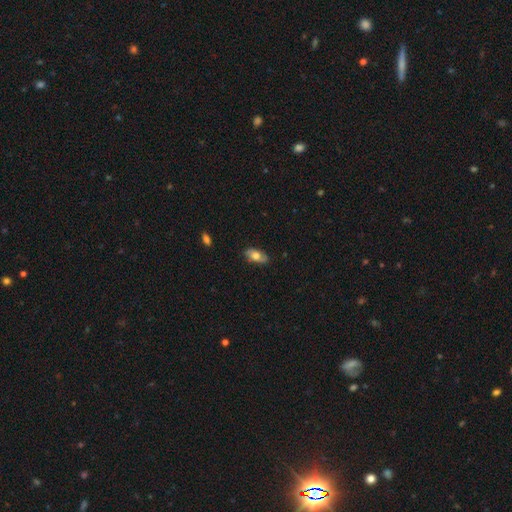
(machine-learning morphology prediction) Smooth or featured?
  - smooth: 69% *
  - featured or disk: 24%
  - star or artifact: 7%
How rounded?
  - in between: 90% *
  - cigar-shaped: 6%
  - round: 4%
Merging?
  - none: 83% *
  - minor disturbance: 14%
  - major disturbance: 2%
  - merger: 1%